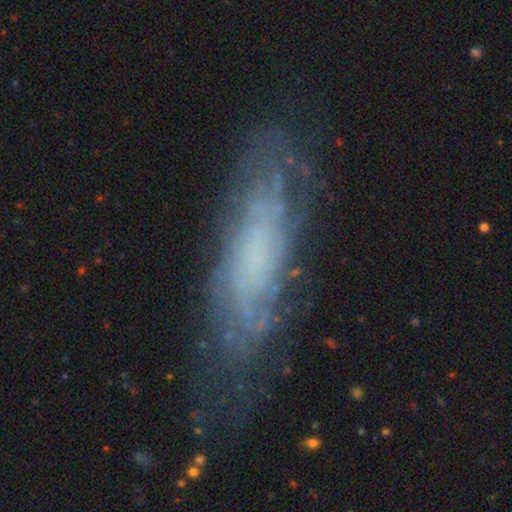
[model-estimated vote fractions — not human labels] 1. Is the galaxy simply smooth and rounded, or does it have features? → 64% featured or disk, 26% smooth, 10% star or artifact.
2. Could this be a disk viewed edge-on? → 74% no, 26% yes.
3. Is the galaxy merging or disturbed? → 68% none, 21% minor disturbance, 9% major disturbance, 2% merger.